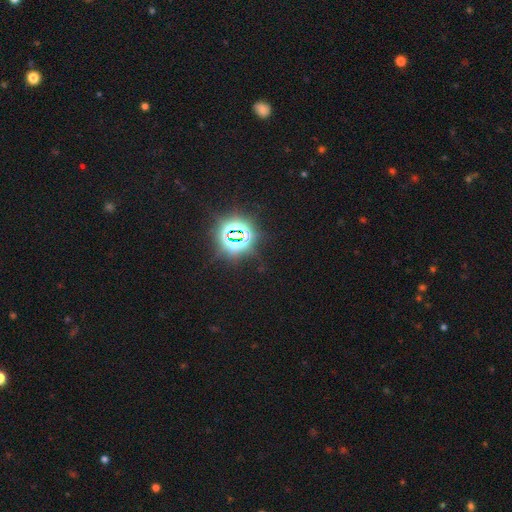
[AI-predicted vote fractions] Q: Smooth or featured?
A: star or artifact (82%); runner-up: smooth (12%)